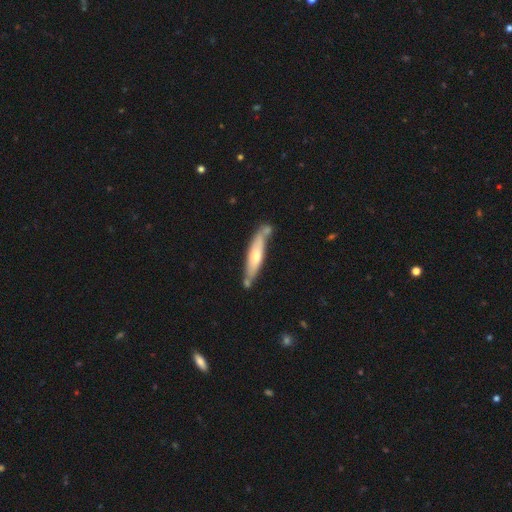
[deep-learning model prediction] The model was most divided on "smooth or featured": smooth: 52%, featured or disk: 43%, star or artifact: 5%. More confident: how rounded — cigar-shaped (83%); merging — none (64%).